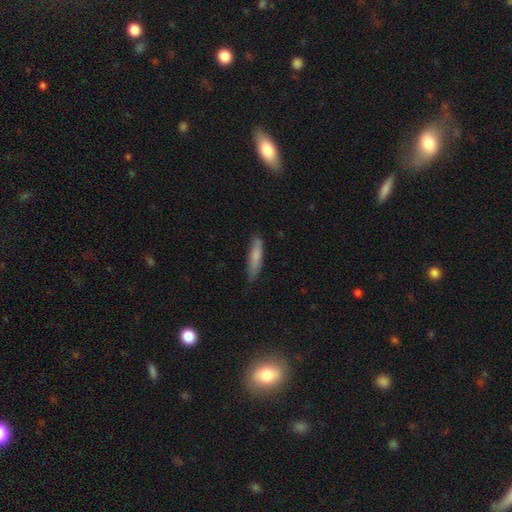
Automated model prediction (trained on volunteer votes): smooth_or_featured: smooth (p=0.79) [alt: featured or disk p=0.15]
how_rounded: cigar-shaped (p=0.81) [alt: in between p=0.17]
merging: none (p=0.80) [alt: minor disturbance p=0.16]